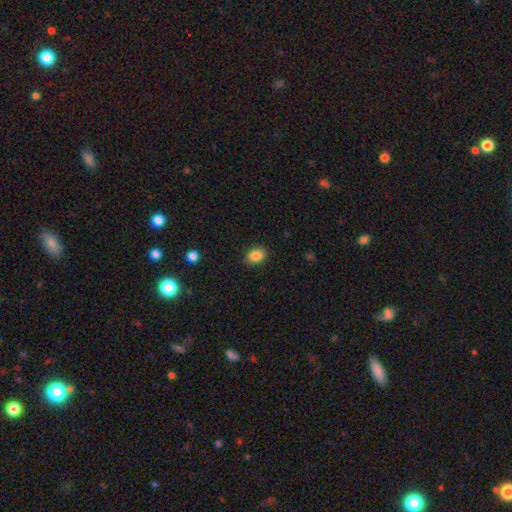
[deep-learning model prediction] This appears to be a smooth galaxy with no disk features (86%) that is in between round and cigar-shaped (64%). Merging: none (87%).